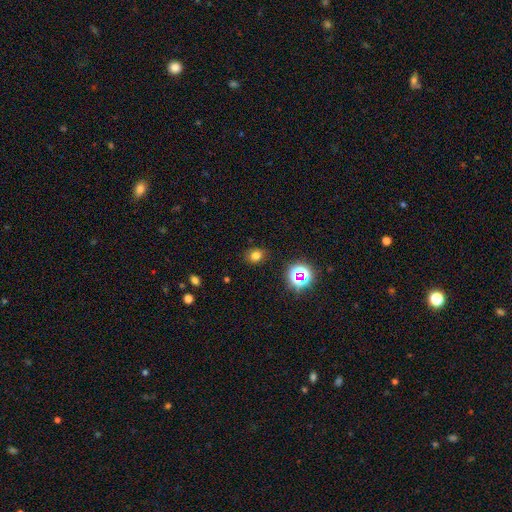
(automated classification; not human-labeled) A smooth galaxy with no disk features (73%) that is round (56%). Merging: none (85%).